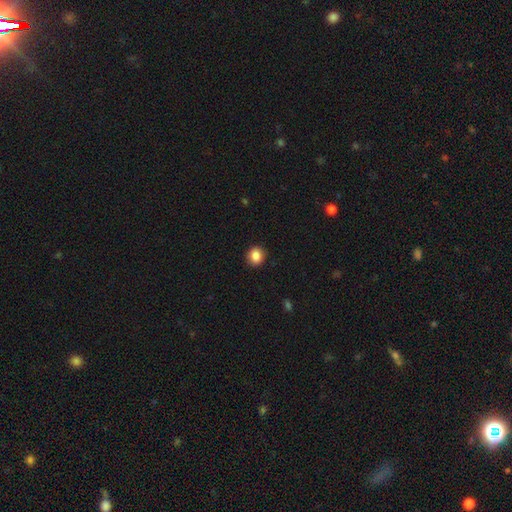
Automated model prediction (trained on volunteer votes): Smooth or featured?
  - smooth: 87% *
  - star or artifact: 9%
  - featured or disk: 4%
How rounded?
  - round: 78% *
  - in between: 21%
  - cigar-shaped: 1%
Merging?
  - none: 90% *
  - minor disturbance: 7%
  - major disturbance: 2%
  - merger: 1%